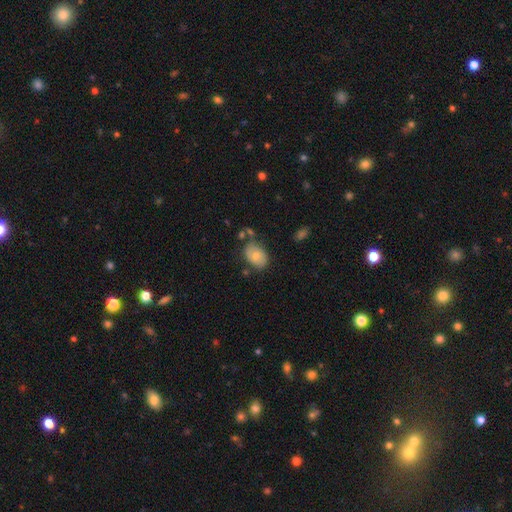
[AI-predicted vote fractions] A smooth galaxy with no disk features (65%) that is in between round and cigar-shaped (80%).

Vote fractions:
- Smooth or featured? smooth: 65% / featured or disk: 28% / star or artifact: 7%
- How rounded? in between: 80% / round: 19% / cigar-shaped: 1%
- Merging? none: 66% / minor disturbance: 20% / merger: 8% / major disturbance: 6%